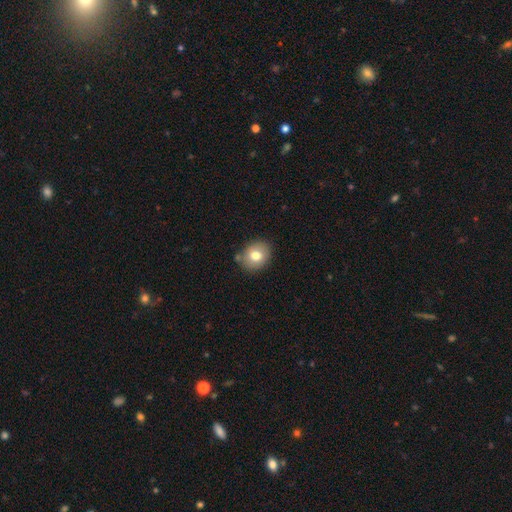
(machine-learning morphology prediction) Smooth or featured? Predicted: smooth (p=0.77). How rounded? Predicted: round (p=0.60). Merging? Predicted: none (p=0.79).